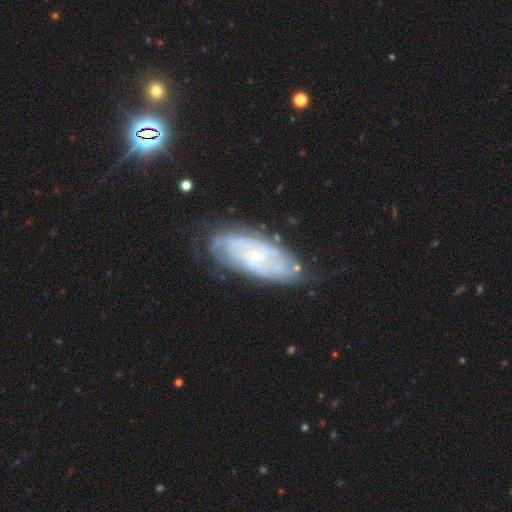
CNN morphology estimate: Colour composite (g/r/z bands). It shows a featured or disk galaxy (77%) with no bar (75%), tight (73%) spiral arms (84%) and a small central bulge (83%). Merging: none (69%).